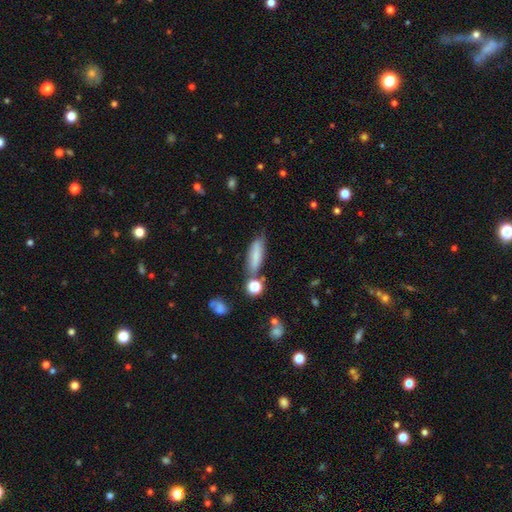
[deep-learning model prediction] Overall: smooth (74%). How rounded: cigar-shaped (58%; in between 39%). Merging: none (63%).